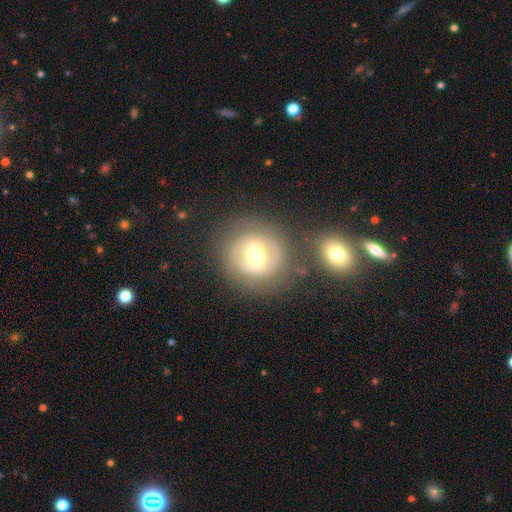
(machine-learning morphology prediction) The model was most divided on "bar": strong: 43%, weak: 41%, no: 16%. More confident: edge-on disk — no (94%); bulge size — moderate (71%); merging — none (65%); smooth or featured — featured or disk (64%); spiral arms — yes (52%).